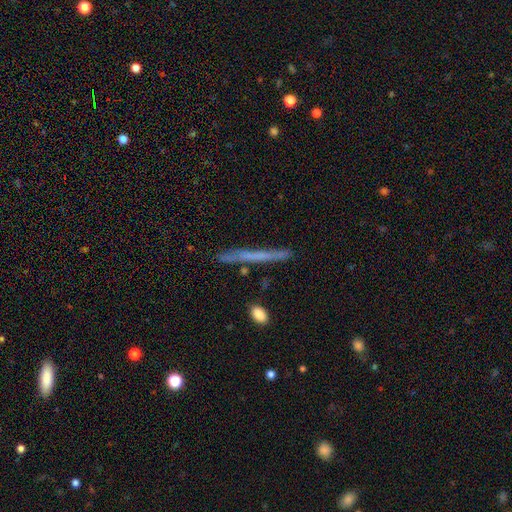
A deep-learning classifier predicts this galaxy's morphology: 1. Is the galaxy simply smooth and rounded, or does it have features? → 48% smooth, 44% featured or disk, 8% star or artifact.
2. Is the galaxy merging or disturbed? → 87% none, 9% minor disturbance, 2% merger, 2% major disturbance.